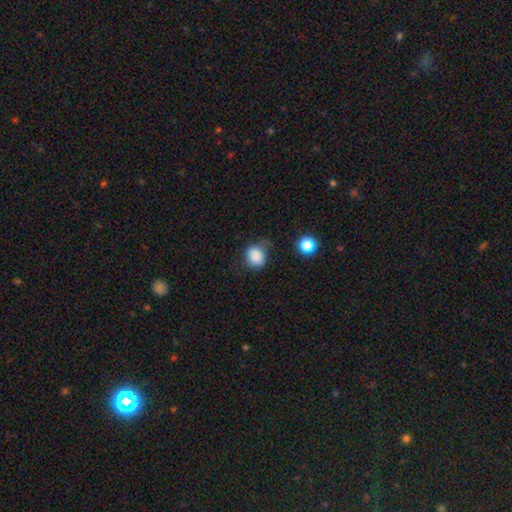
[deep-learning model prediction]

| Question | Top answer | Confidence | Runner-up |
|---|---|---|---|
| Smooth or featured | smooth | 85% | star or artifact (9%) |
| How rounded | round | 65% | in between (34%) |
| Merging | none | 54% | minor disturbance (29%) |